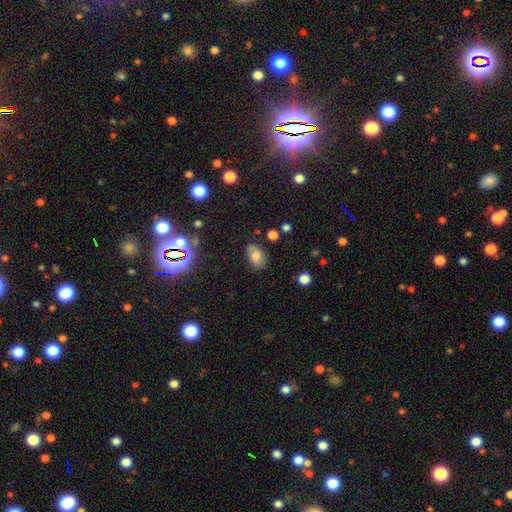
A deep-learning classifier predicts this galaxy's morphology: Smooth or featured: smooth — 72% (featured or disk — 16%)
How rounded: in between — 89% (round — 10%)
Merging: none — 78% (minor disturbance — 16%)